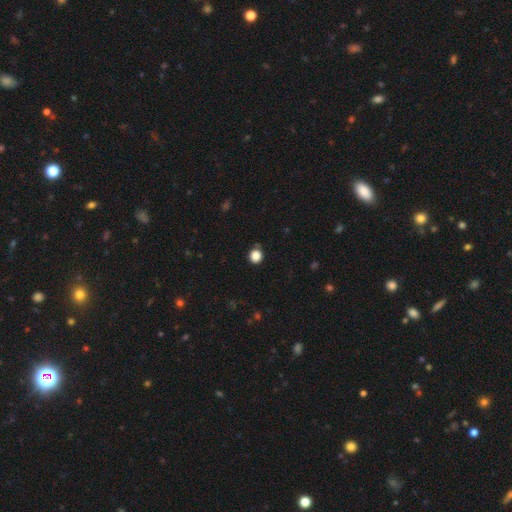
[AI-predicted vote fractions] smooth 85%, star or artifact 12%, featured or disk 3%. Down the decision tree: how rounded — round (89%); merging — none (86%).